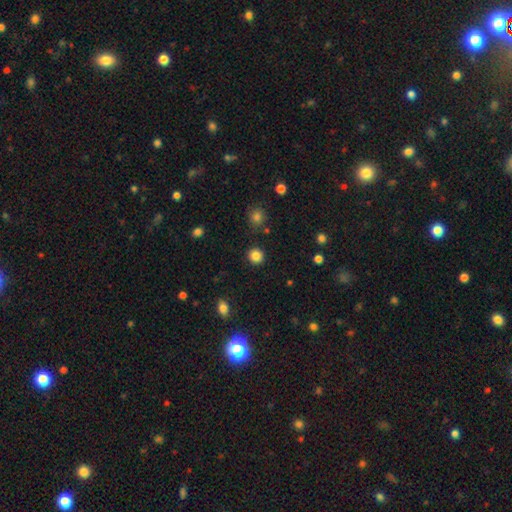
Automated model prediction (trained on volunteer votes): A smooth galaxy with no disk features (85%) that is round (92%).

Vote fractions:
- Smooth or featured? smooth: 85% / star or artifact: 11% / featured or disk: 4%
- How rounded? round: 92% / in between: 7% / cigar-shaped: 1%
- Merging? none: 91% / minor disturbance: 5% / major disturbance: 2% / merger: 2%